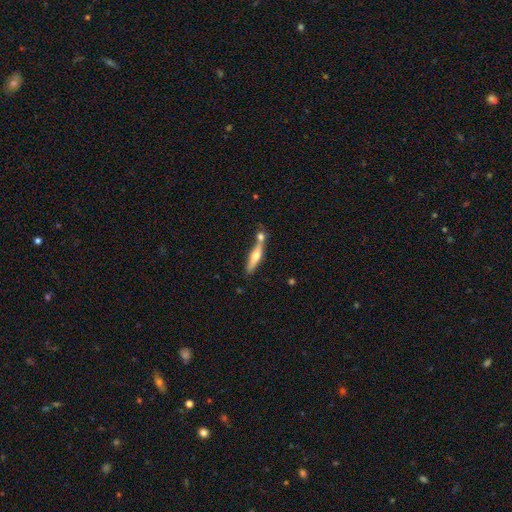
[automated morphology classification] featured or disk 52%, smooth 42%, star or artifact 6%. Down the decision tree: edge-on disk — yes (92%); merging — none (55%).